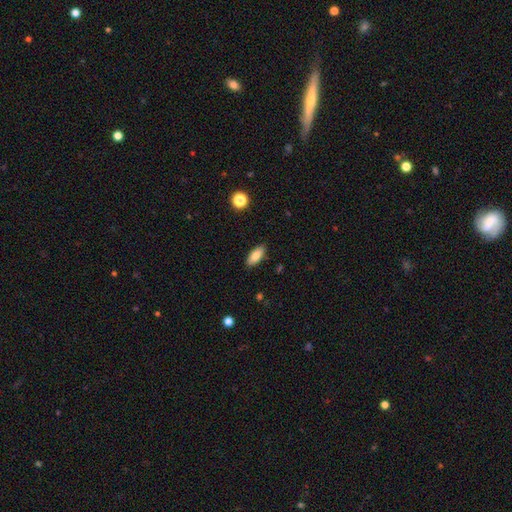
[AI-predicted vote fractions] Smooth or featured: smooth — 82% (featured or disk — 11%)
How rounded: in between — 84% (cigar-shaped — 14%)
Merging: none — 88% (minor disturbance — 9%)